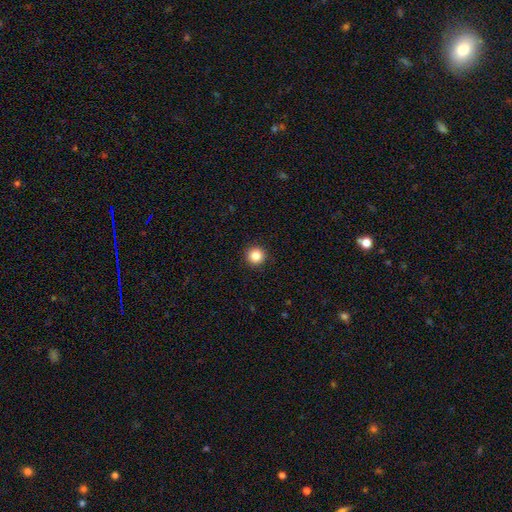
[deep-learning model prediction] smooth-or-featured: smooth: 85% | star or artifact: 11% | featured or disk: 4%
  how-rounded: round: 96% | in between: 3% | cigar-shaped: 1%
  merging: none: 93% | minor disturbance: 4% | major disturbance: 2% | merger: 1%